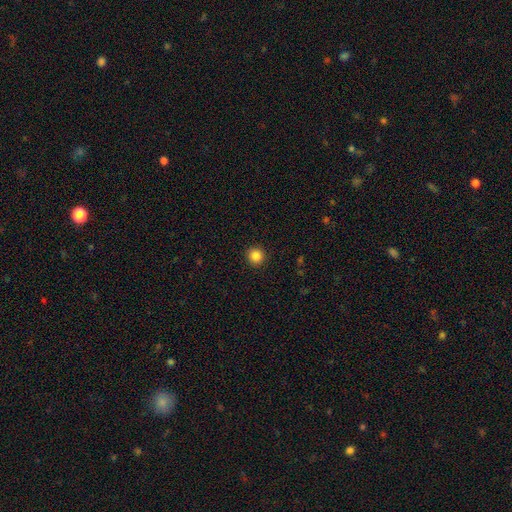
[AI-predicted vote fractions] The model was most divided on "smooth or featured": smooth: 86%, star or artifact: 10%, featured or disk: 4%. More confident: how rounded — round (94%); merging — none (93%).